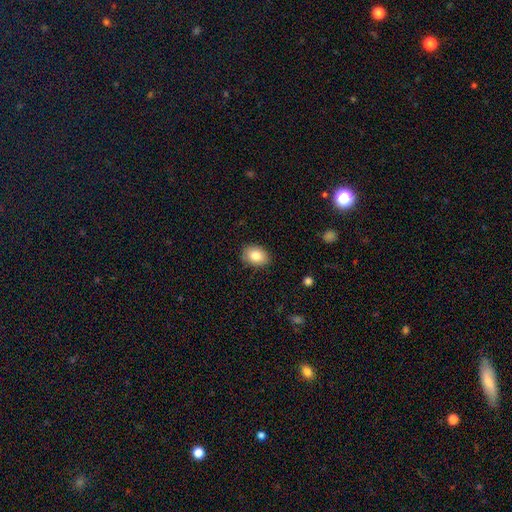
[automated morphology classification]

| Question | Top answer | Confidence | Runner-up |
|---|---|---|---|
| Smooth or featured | smooth | 84% | star or artifact (8%) |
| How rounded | in between | 72% | round (28%) |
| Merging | none | 85% | minor disturbance (12%) |